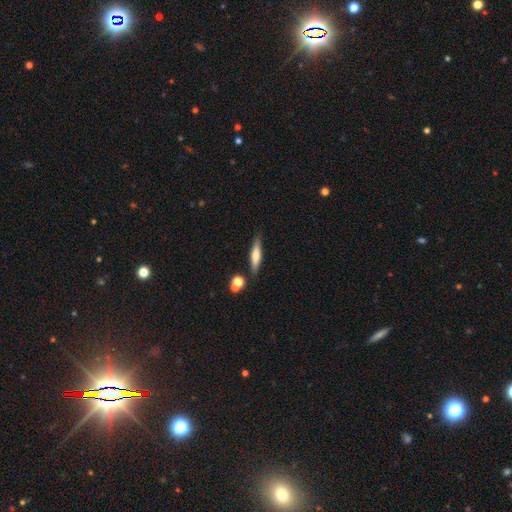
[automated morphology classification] smooth-or-featured: smooth: 55% | featured or disk: 38% | star or artifact: 8%
  how-rounded: cigar-shaped: 80% | in between: 18% | round: 3%
  merging: none: 80% | minor disturbance: 11% | merger: 6% | major disturbance: 3%